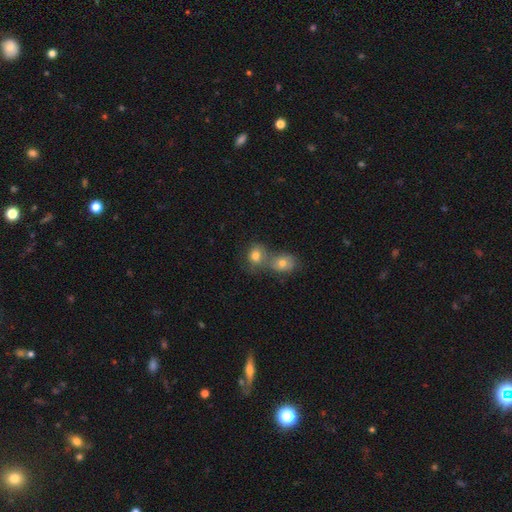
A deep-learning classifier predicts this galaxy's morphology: Q: Smooth or featured?
A: smooth (76%); runner-up: featured or disk (12%)
Q: How rounded?
A: round (58%); runner-up: in between (41%)
Q: Merging?
A: merger (56%); runner-up: none (32%)